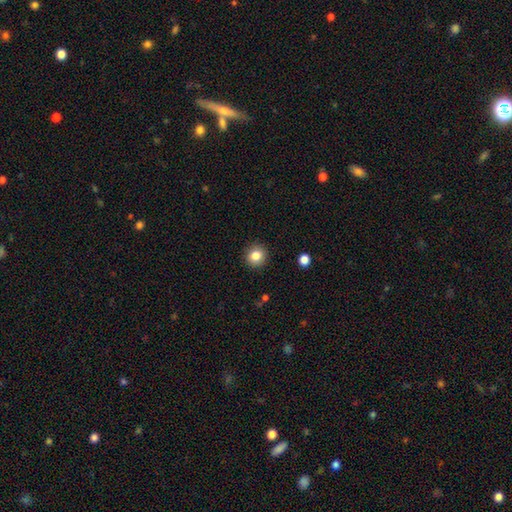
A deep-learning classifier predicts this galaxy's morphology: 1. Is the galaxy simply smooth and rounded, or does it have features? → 83% smooth, 10% star or artifact, 6% featured or disk.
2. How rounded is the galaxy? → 91% round, 8% in between, 1% cigar-shaped.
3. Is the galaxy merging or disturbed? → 91% none, 6% minor disturbance, 2% major disturbance, 1% merger.